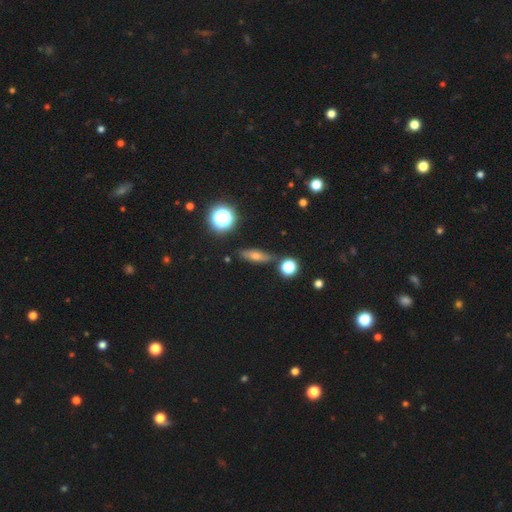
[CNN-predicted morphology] A smooth galaxy with no disk features (49%).

Vote fractions:
- Smooth or featured? smooth: 49% / featured or disk: 31% / star or artifact: 20%
- Merging? none: 83% / minor disturbance: 10% / merger: 4% / major disturbance: 3%